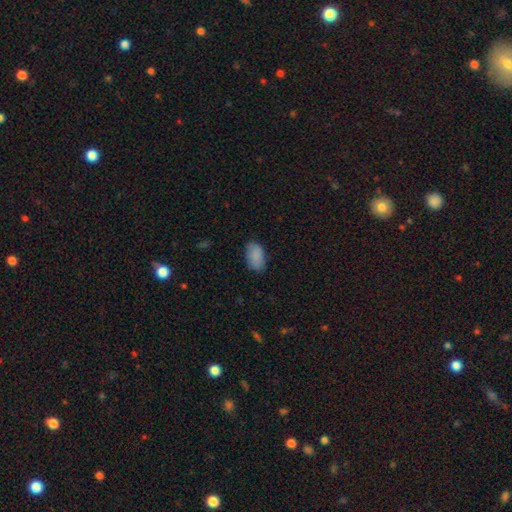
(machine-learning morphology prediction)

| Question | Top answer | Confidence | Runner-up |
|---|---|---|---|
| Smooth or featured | smooth | 87% | star or artifact (7%) |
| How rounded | in between | 93% | round (5%) |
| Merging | none | 78% | minor disturbance (18%) |